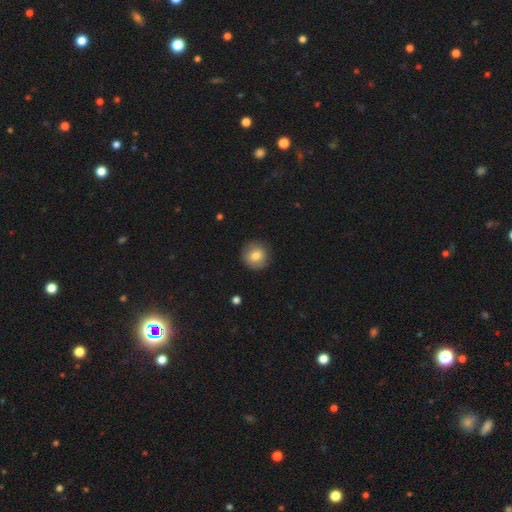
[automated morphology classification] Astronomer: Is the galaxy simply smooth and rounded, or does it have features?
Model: smooth — 78%.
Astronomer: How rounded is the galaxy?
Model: round — 93%.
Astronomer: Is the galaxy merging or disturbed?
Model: none — 87%.